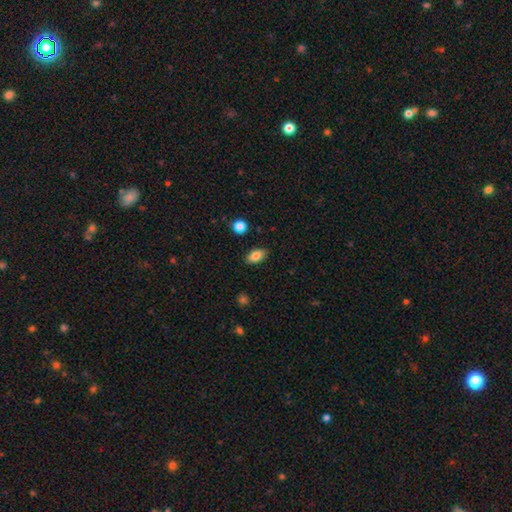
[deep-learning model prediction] Smooth or featured?
  - smooth: 83% *
  - featured or disk: 9%
  - star or artifact: 8%
How rounded?
  - in between: 90% *
  - round: 7%
  - cigar-shaped: 4%
Merging?
  - none: 87% *
  - minor disturbance: 9%
  - major disturbance: 2%
  - merger: 1%